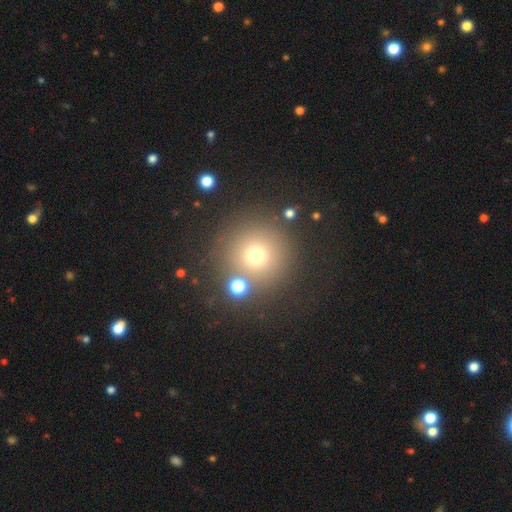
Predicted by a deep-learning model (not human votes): smooth_or_featured: smooth (p=0.69) [alt: star or artifact p=0.20]
how_rounded: round (p=0.95) [alt: in between p=0.04]
merging: none (p=0.80) [alt: merger p=0.08]